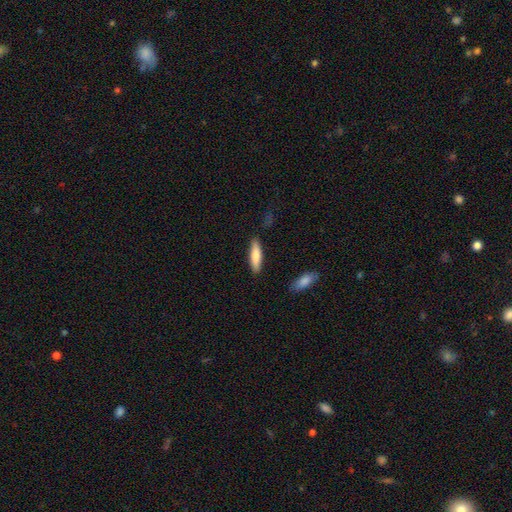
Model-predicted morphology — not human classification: Q: Smooth or featured?
A: smooth (80%); runner-up: featured or disk (14%)
Q: How rounded?
A: cigar-shaped (67%); runner-up: in between (32%)
Q: Merging?
A: none (85%); runner-up: minor disturbance (10%)